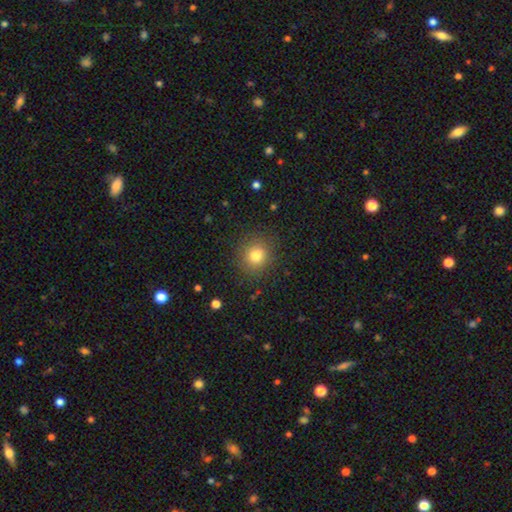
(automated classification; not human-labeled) A smooth galaxy with no disk features (79%) that is round (84%).

Vote fractions:
- Smooth or featured? smooth: 79% / star or artifact: 13% / featured or disk: 8%
- How rounded? round: 84% / in between: 15% / cigar-shaped: 1%
- Merging? none: 87% / minor disturbance: 9% / major disturbance: 3% / merger: 1%